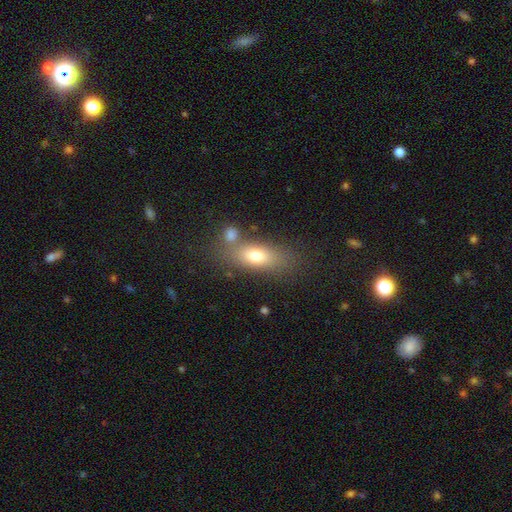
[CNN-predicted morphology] This is likely a smooth galaxy (72%). How rounded: likely in between (74%). Merging: likely none (61%).